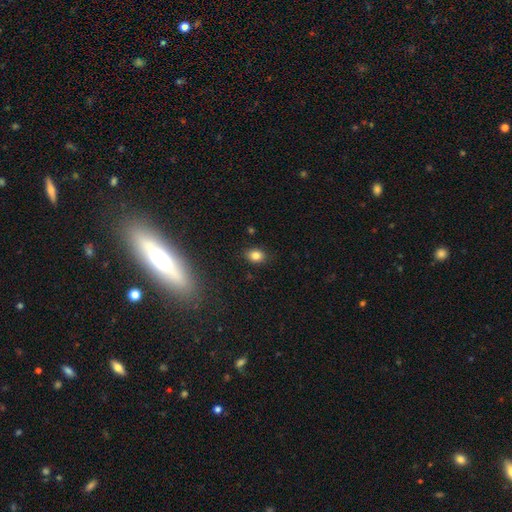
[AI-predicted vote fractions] A smooth galaxy with no disk features (82%) that is in between round and cigar-shaped (62%).

Vote fractions:
- Smooth or featured? smooth: 82% / star or artifact: 12% / featured or disk: 7%
- How rounded? in between: 62% / round: 37% / cigar-shaped: 1%
- Merging? none: 87% / minor disturbance: 10% / major disturbance: 2% / merger: 1%